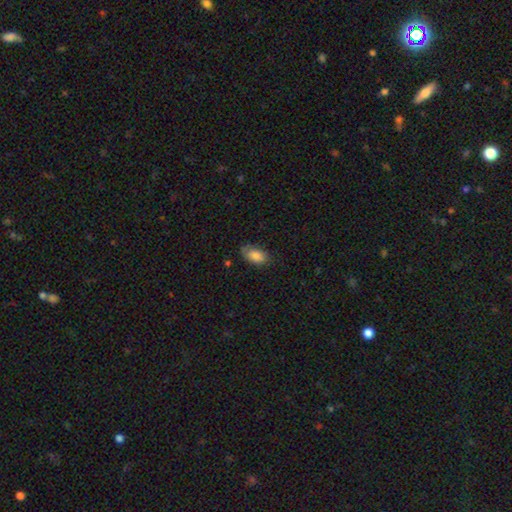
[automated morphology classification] smooth_or_featured: smooth (p=0.83) [alt: featured or disk p=0.10]
how_rounded: in between (p=0.93) [alt: round p=0.05]
merging: none (p=0.68) [alt: minor disturbance p=0.25]